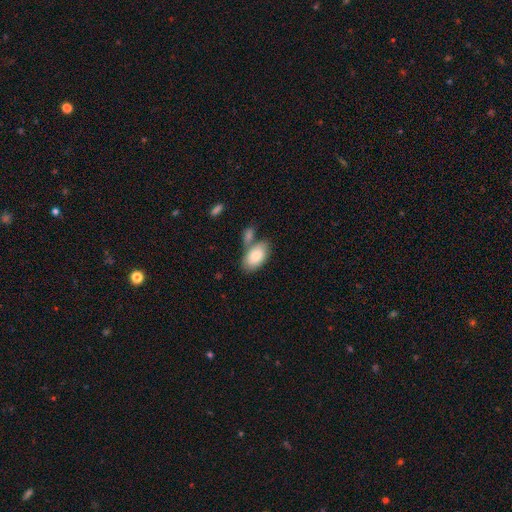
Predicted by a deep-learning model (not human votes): A smooth galaxy with no disk features (81%) that is in between round and cigar-shaped (94%). Merging: none (50%).